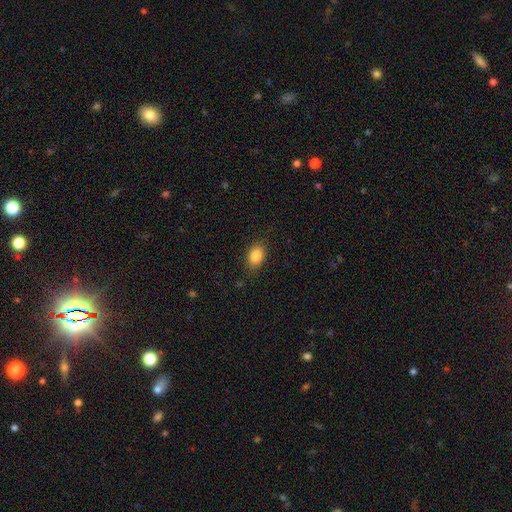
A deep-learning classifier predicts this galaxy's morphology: This appears to be a smooth galaxy with no disk features (85%) that is in between round and cigar-shaped (80%). Merging: none (84%).